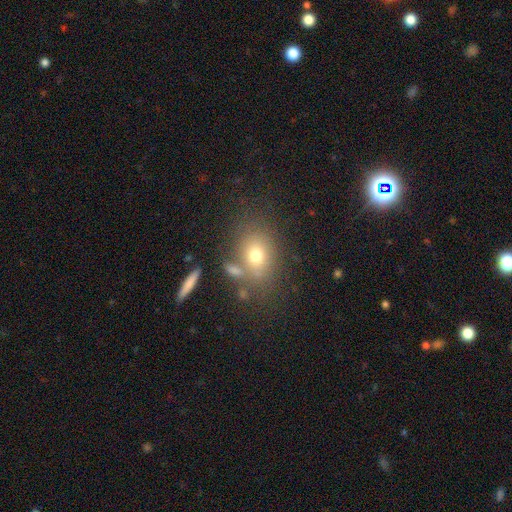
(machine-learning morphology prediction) Q: Smooth or featured?
A: smooth (71%); runner-up: featured or disk (16%)
Q: How rounded?
A: in between (60%); runner-up: round (38%)
Q: Merging?
A: none (67%); runner-up: minor disturbance (14%)